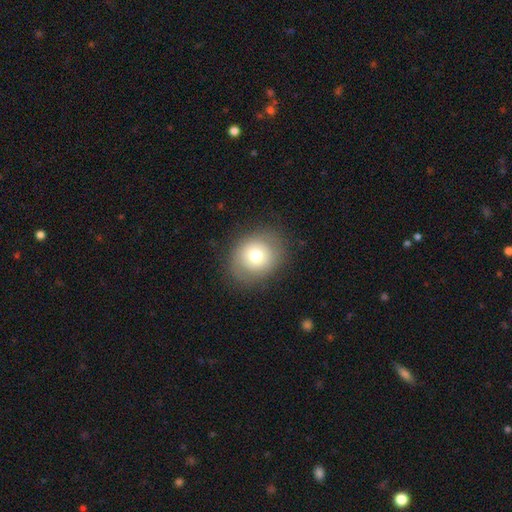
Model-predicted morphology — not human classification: Overall: smooth (70%). How rounded: round (69%; in between 30%). Merging: none (81%).